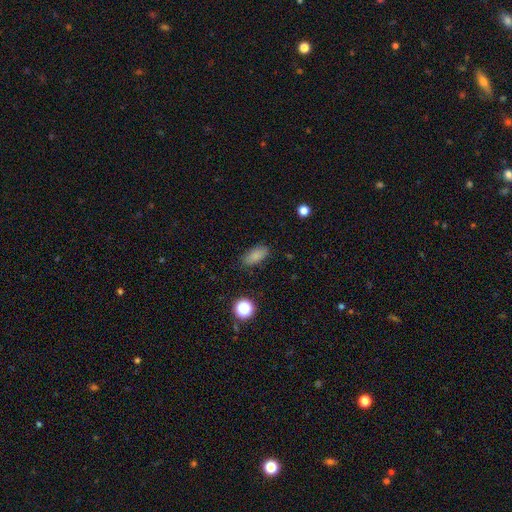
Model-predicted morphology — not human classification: This appears to be a smooth galaxy with no disk features (83%) that is in between round and cigar-shaped (83%). Merging: none (85%).